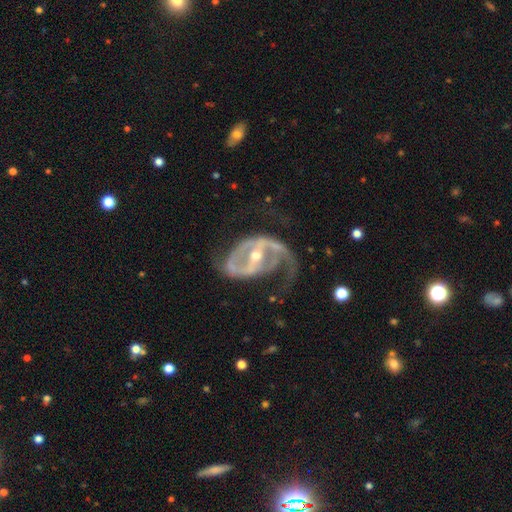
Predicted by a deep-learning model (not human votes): The model was most divided on "merging": none: 41%, major disturbance: 35%, minor disturbance: 21%, merger: 3%. Remaining: edge-on disk — no (96%); spiral arms — yes (92%); smooth or featured — featured or disk (90%); spiral arm count — 2 (64%); bar — strong (62%); bulge size — moderate (56%); spiral winding — medium (47%).